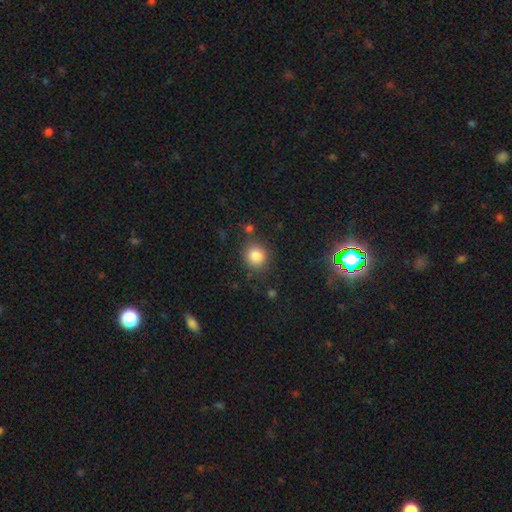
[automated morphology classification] A smooth galaxy with no disk features (86%) that is round (82%).

Vote fractions:
- Smooth or featured? smooth: 86% / star or artifact: 10% / featured or disk: 4%
- How rounded? round: 82% / in between: 17% / cigar-shaped: 1%
- Merging? none: 81% / minor disturbance: 11% / merger: 4% / major disturbance: 4%